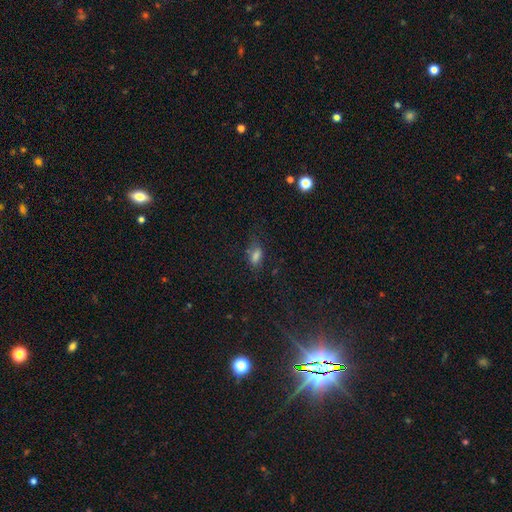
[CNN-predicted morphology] A smooth galaxy with no disk features (69%) that is in between round and cigar-shaped (80%).

Vote fractions:
- Smooth or featured? smooth: 69% / star or artifact: 20% / featured or disk: 11%
- How rounded? in between: 80% / cigar-shaped: 12% / round: 8%
- Merging? none: 61% / minor disturbance: 23% / major disturbance: 12% / merger: 4%